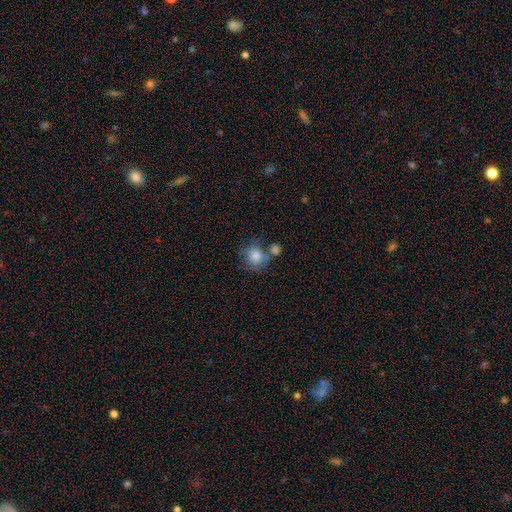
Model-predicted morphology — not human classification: This appears to be a smooth galaxy with no disk features (76%) that is round (78%). Merging: none (46%).